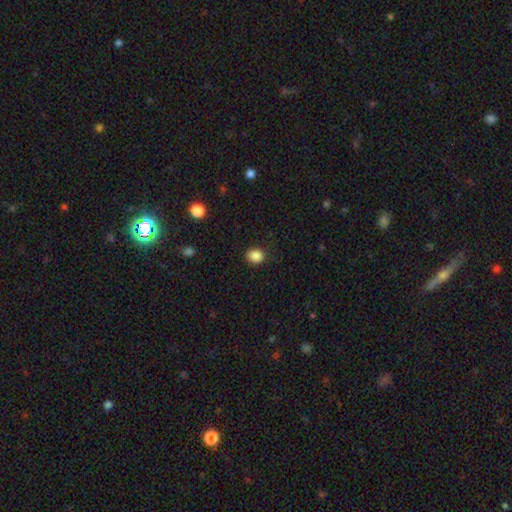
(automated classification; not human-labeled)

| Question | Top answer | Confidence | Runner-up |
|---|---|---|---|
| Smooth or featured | smooth | 87% | star or artifact (10%) |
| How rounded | round | 71% | in between (28%) |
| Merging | none | 87% | minor disturbance (9%) |